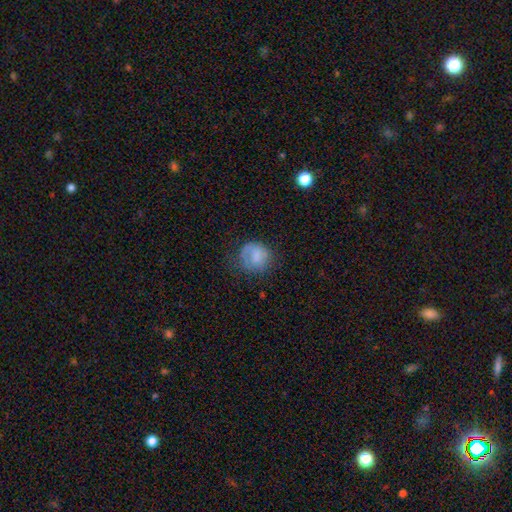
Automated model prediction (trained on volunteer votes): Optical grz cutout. It shows a smooth galaxy with no disk features (68%) that is round (80%). Merging: none (52%).